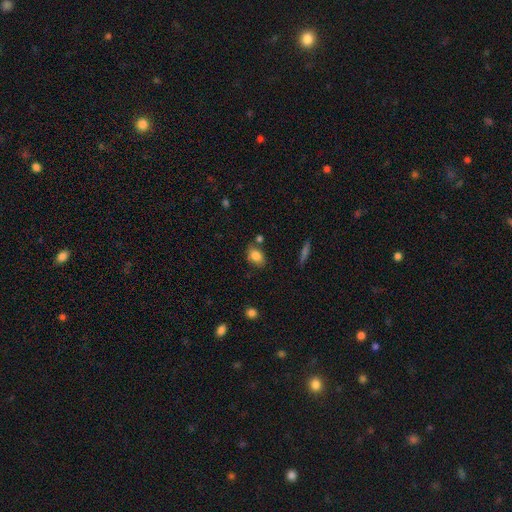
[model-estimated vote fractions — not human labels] smooth-or-featured: smooth: 84% | star or artifact: 9% | featured or disk: 8%
  how-rounded: in between: 77% | round: 21% | cigar-shaped: 2%
  merging: none: 69% | minor disturbance: 17% | merger: 9% | major disturbance: 4%